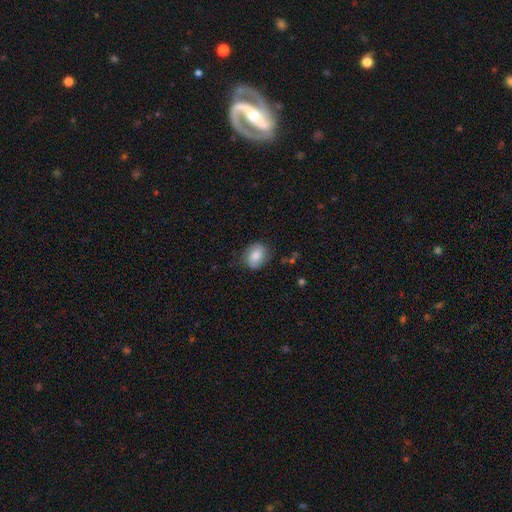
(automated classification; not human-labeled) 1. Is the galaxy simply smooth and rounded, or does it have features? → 79% smooth, 13% featured or disk, 7% star or artifact.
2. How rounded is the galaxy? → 56% in between, 43% round, 1% cigar-shaped.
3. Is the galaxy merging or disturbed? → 75% none, 19% minor disturbance, 5% major disturbance, 1% merger.